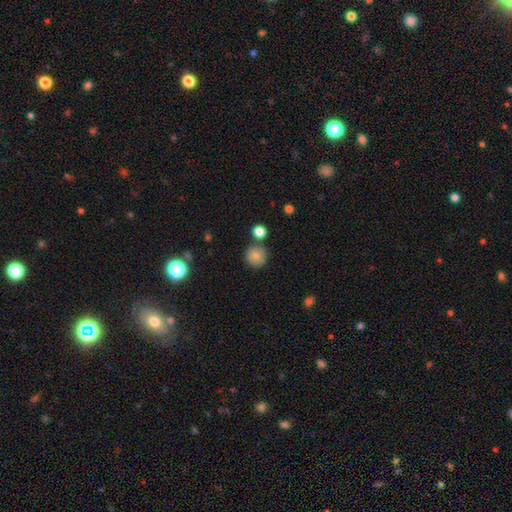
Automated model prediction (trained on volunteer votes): Overall: smooth (80%). How rounded: round (94%). Merging: none (79%).